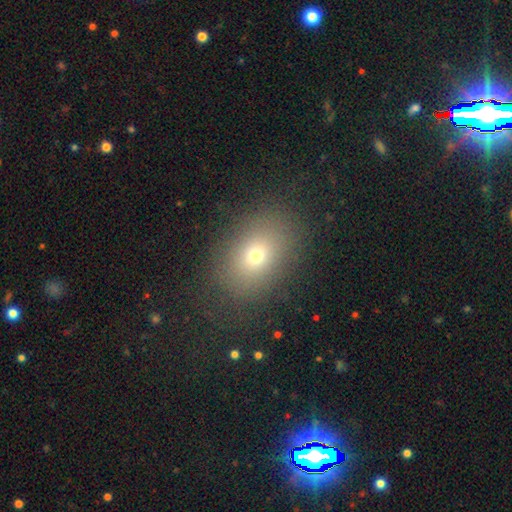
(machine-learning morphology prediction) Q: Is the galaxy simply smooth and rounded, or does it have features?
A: smooth — 69%.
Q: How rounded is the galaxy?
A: in between — 71%.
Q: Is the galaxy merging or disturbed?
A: none — 82%.